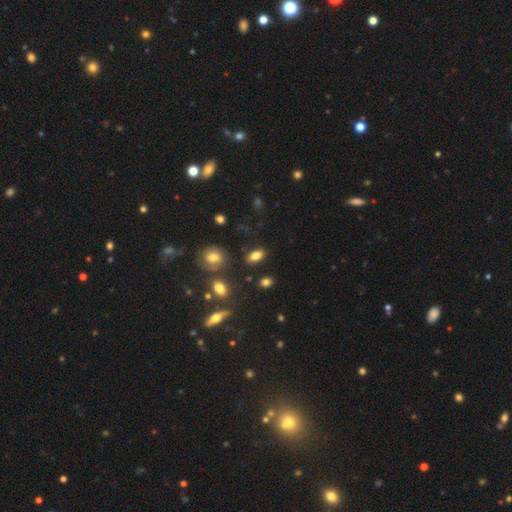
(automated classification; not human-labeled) Morphology: type=smooth (80%); roundness=in between (86%); merging=none (82%).